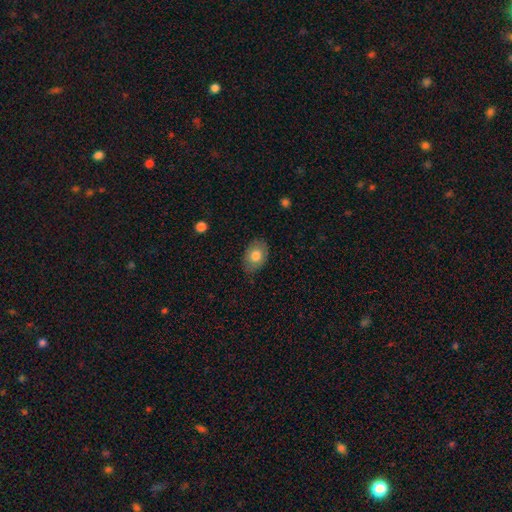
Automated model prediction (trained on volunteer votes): Smooth or featured: smooth — 78% (featured or disk — 14%)
How rounded: in between — 79% (round — 20%)
Merging: none — 80% (minor disturbance — 16%)